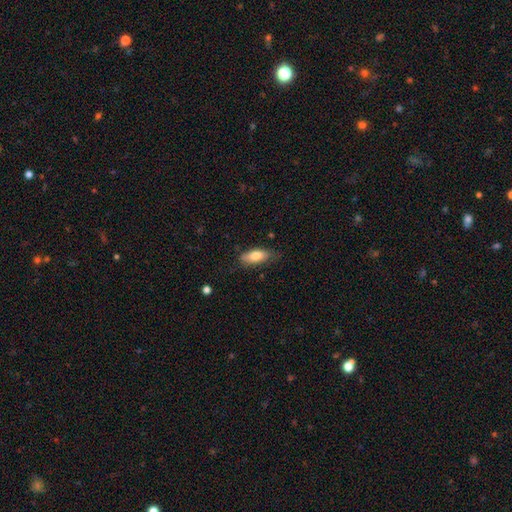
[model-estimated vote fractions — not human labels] Smooth or featured: smooth — 78% (featured or disk — 16%)
How rounded: in between — 78% (cigar-shaped — 20%)
Merging: none — 71% (minor disturbance — 23%)